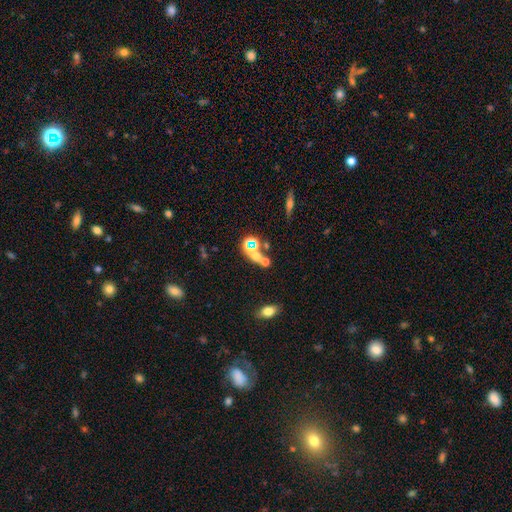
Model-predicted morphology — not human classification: A smooth galaxy with no disk features (47%).

Vote fractions:
- Smooth or featured? smooth: 47% / star or artifact: 31% / featured or disk: 22%
- Merging? merger: 49% / none: 36% / minor disturbance: 8% / major disturbance: 7%